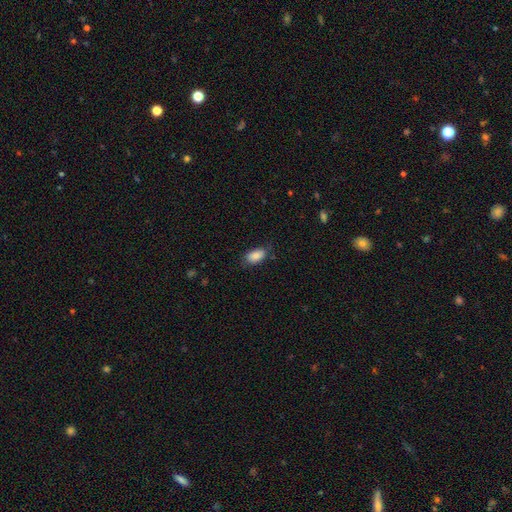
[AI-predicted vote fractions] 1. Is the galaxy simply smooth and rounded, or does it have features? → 87% smooth, 7% star or artifact, 6% featured or disk.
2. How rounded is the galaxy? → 92% in between, 6% round, 2% cigar-shaped.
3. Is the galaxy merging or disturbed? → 73% none, 21% minor disturbance, 5% major disturbance, 1% merger.